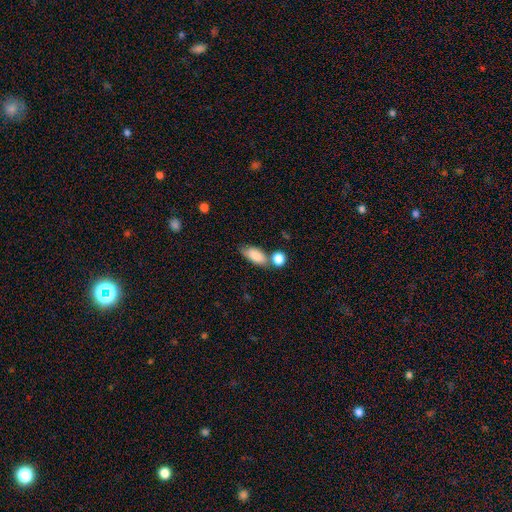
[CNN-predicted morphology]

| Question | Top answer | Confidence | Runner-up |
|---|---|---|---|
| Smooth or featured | smooth | 85% | featured or disk (8%) |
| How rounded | in between | 86% | cigar-shaped (9%) |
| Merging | none | 54% | merger (25%) |